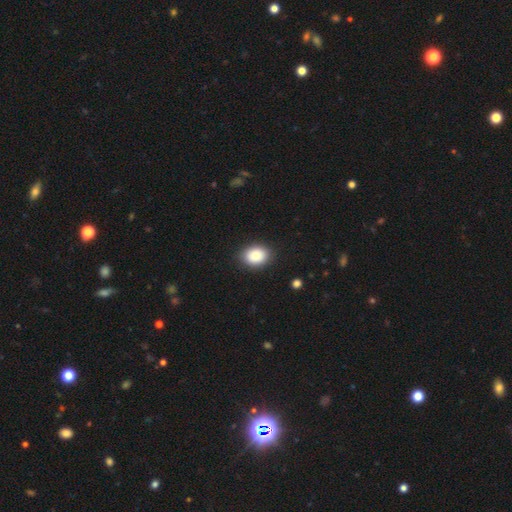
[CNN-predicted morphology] This appears to be a smooth galaxy with no disk features (84%) that is in between round and cigar-shaped (59%). Merging: none (88%).